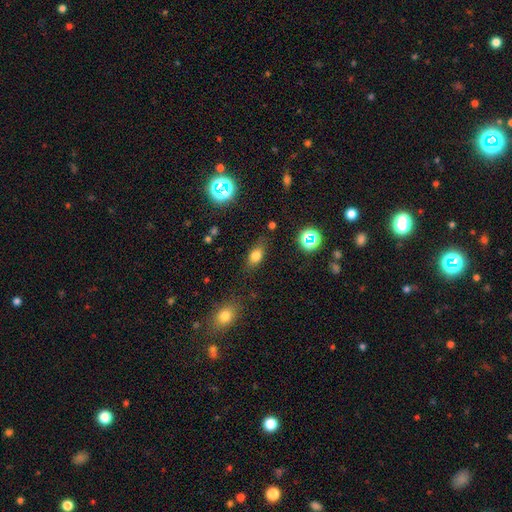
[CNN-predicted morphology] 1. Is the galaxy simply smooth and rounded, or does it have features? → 75% smooth, 14% star or artifact, 11% featured or disk.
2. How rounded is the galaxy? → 78% in between, 14% round, 8% cigar-shaped.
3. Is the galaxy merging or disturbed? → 77% none, 16% minor disturbance, 5% major disturbance, 3% merger.